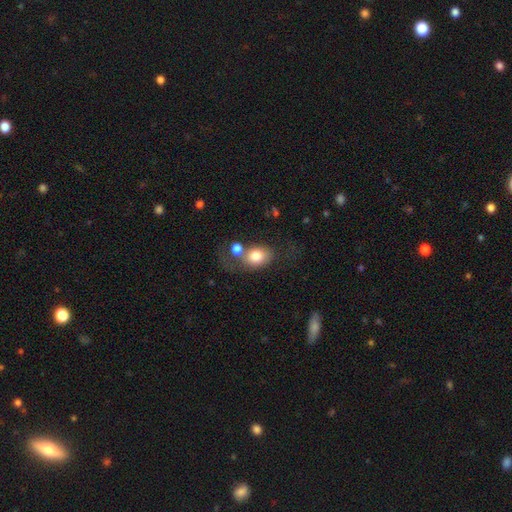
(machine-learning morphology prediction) Smooth or featured? Predicted: smooth (p=0.77). How rounded? Predicted: in between (p=0.60). Merging? Predicted: none (p=0.39).